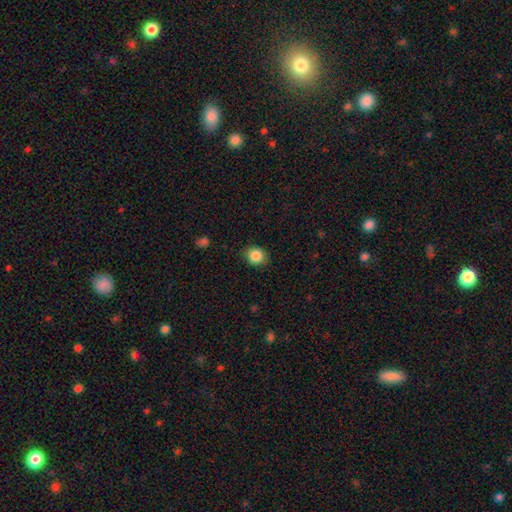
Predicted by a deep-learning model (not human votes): Smooth or featured?
  - smooth: 86% *
  - star or artifact: 10%
  - featured or disk: 4%
How rounded?
  - round: 80% *
  - in between: 19%
  - cigar-shaped: 1%
Merging?
  - none: 87% *
  - minor disturbance: 10%
  - major disturbance: 3%
  - merger: 1%